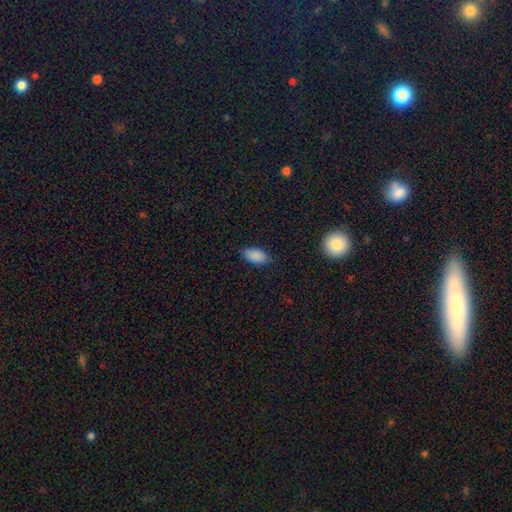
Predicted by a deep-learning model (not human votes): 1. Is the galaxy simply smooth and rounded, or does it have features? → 88% smooth, 8% star or artifact, 4% featured or disk.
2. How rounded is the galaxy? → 94% in between, 4% round, 3% cigar-shaped.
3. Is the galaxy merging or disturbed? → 81% none, 15% minor disturbance, 3% major disturbance, 1% merger.